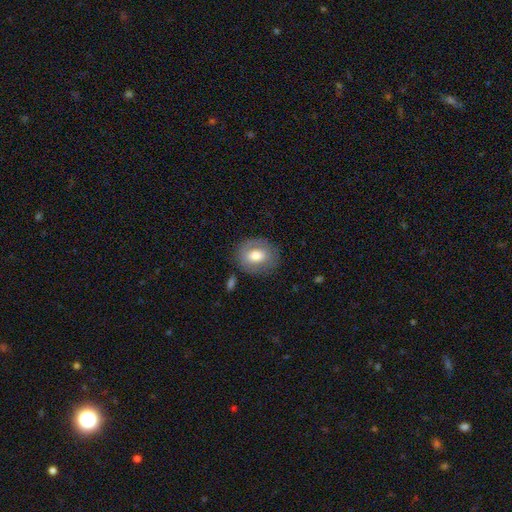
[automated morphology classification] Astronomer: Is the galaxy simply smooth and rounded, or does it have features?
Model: smooth — 60%.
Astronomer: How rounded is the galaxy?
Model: round — 59% (runner-up: in between, 40%).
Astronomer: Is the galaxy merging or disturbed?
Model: none — 76%.